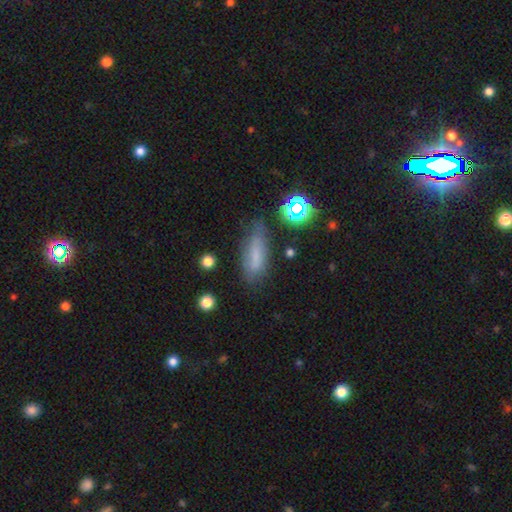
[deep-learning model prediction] smooth 65%, featured or disk 21%, star or artifact 14%. Down the decision tree: how rounded — in between (53%); merging — none (62%).